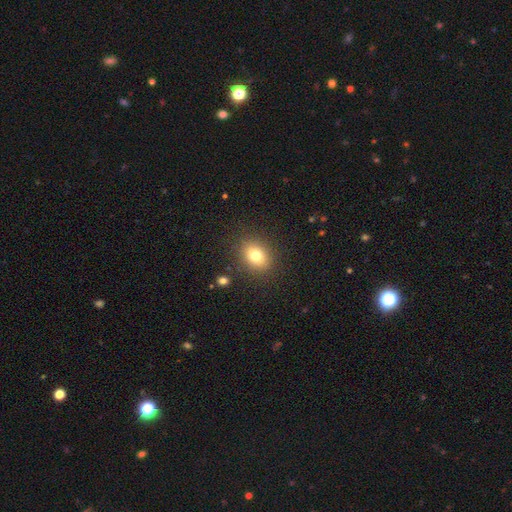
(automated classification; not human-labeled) Smooth or featured: smooth — 76% (star or artifact — 12%)
How rounded: in between — 55% (round — 44%)
Merging: none — 87% (minor disturbance — 9%)